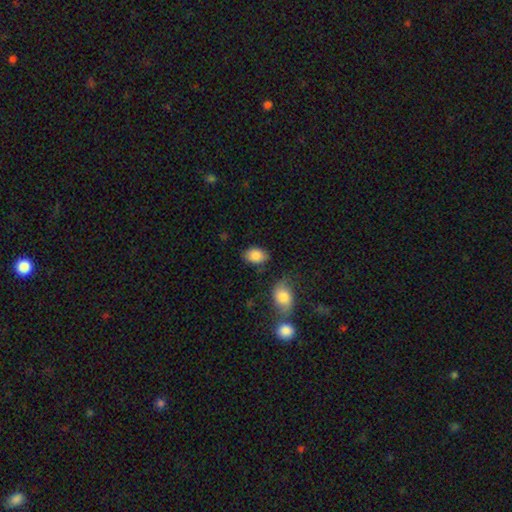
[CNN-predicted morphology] Q: Smooth or featured?
A: smooth (87%); runner-up: star or artifact (7%)
Q: How rounded?
A: in between (85%); runner-up: round (13%)
Q: Merging?
A: none (78%); runner-up: minor disturbance (14%)